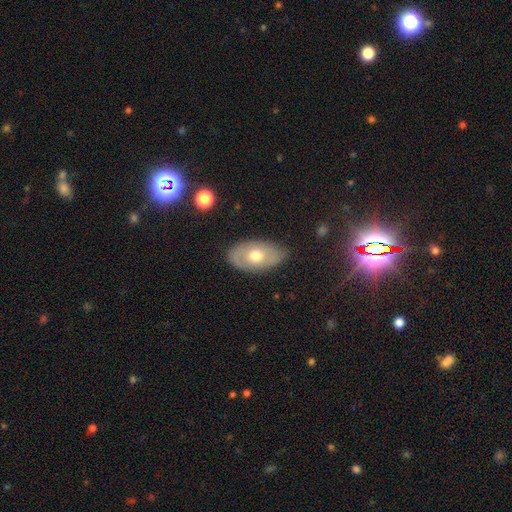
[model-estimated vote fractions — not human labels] Smooth or featured: smooth — 53% (featured or disk — 41%)
How rounded: in between — 91% (round — 7%)
Merging: none — 76% (minor disturbance — 18%)